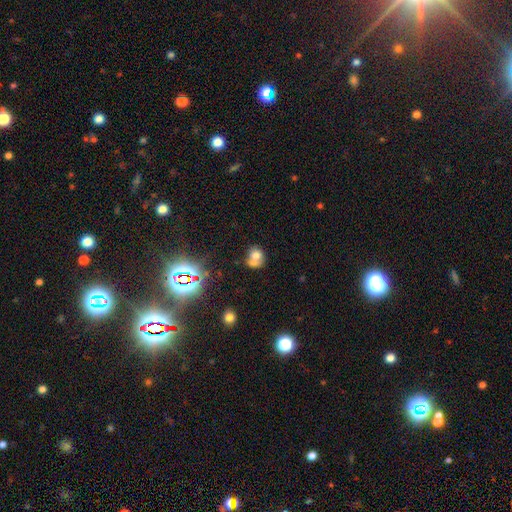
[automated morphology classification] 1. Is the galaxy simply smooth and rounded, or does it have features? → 64% smooth, 20% featured or disk, 16% star or artifact.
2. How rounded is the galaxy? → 64% round, 34% in between, 1% cigar-shaped.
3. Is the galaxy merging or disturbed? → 55% merger, 29% none, 9% minor disturbance, 6% major disturbance.